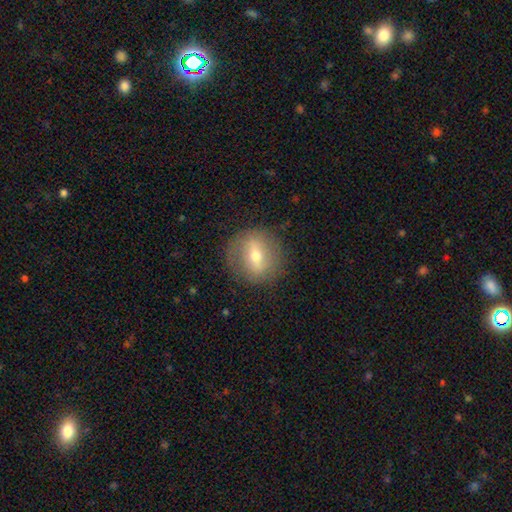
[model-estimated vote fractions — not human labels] A featured or disk galaxy (49%). Merging: none (84%).